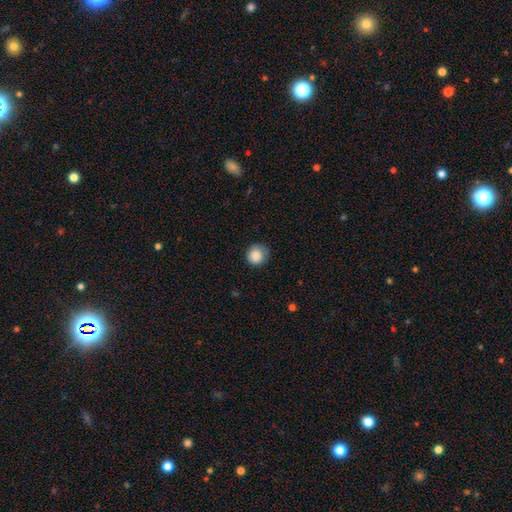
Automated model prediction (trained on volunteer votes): Smooth or featured: smooth — 87% (star or artifact — 8%)
How rounded: round — 89% (in between — 10%)
Merging: none — 71% (minor disturbance — 22%)